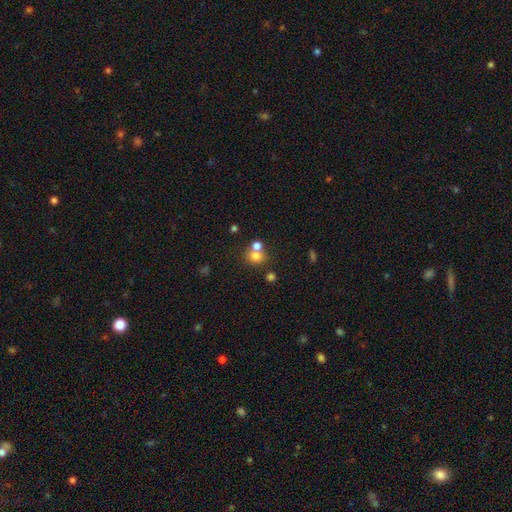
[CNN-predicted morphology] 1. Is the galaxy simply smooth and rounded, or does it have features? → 73% smooth, 14% star or artifact, 12% featured or disk.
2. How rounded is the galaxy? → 73% round, 26% in between, 1% cigar-shaped.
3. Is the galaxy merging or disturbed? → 44% merger (tied), 44% none (tied), 8% minor disturbance, 4% major disturbance.